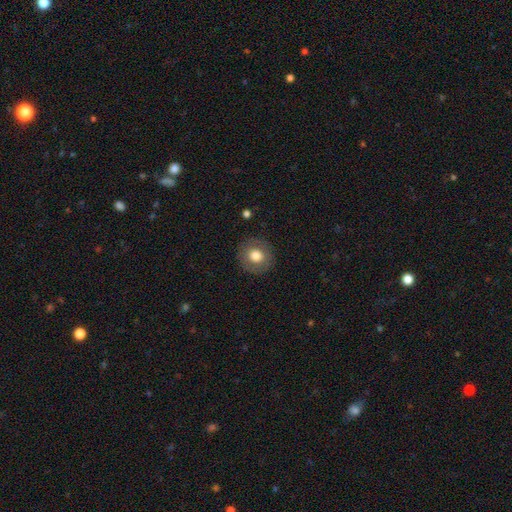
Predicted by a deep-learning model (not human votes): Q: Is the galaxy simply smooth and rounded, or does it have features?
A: smooth — 74%.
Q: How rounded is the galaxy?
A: round — 91%.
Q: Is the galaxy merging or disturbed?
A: none — 89%.